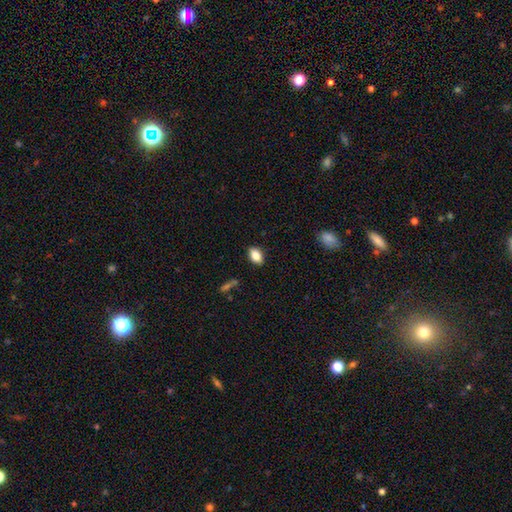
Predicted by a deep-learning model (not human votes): smooth-or-featured: smooth: 83% | featured or disk: 9% | star or artifact: 8%
  how-rounded: in between: 88% | round: 9% | cigar-shaped: 3%
  merging: none: 87% | minor disturbance: 10% | major disturbance: 2% | merger: 1%